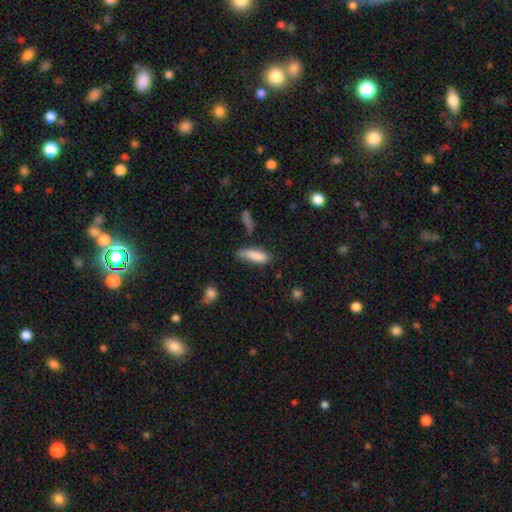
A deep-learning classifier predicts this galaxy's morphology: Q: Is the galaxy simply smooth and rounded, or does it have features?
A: smooth — 83%.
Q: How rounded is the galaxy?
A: in between — 62%.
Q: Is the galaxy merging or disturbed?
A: none — 51%.